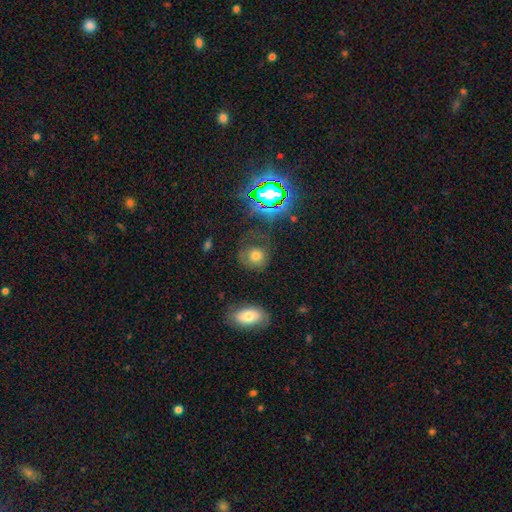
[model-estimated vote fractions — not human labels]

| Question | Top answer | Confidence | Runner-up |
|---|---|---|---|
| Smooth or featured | smooth | 62% | star or artifact (21%) |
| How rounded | round | 80% | in between (19%) |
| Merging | none | 66% | minor disturbance (19%) |